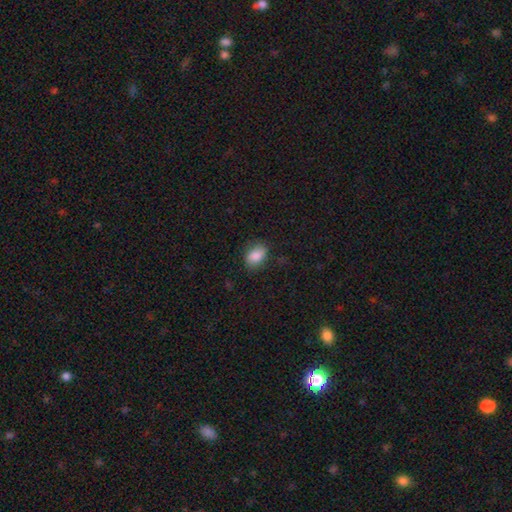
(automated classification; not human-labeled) Smooth or featured: smooth — 85% (star or artifact — 8%)
How rounded: in between — 81% (round — 18%)
Merging: none — 78% (minor disturbance — 17%)